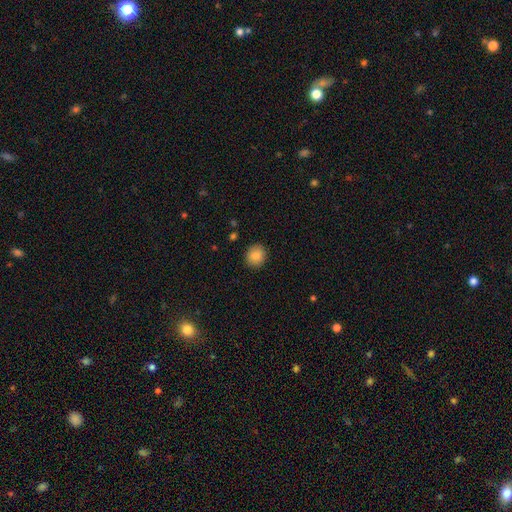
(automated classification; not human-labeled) smooth_or_featured: smooth (p=0.86) [alt: star or artifact p=0.08]
how_rounded: round (p=0.79) [alt: in between p=0.20]
merging: none (p=0.90) [alt: minor disturbance p=0.07]